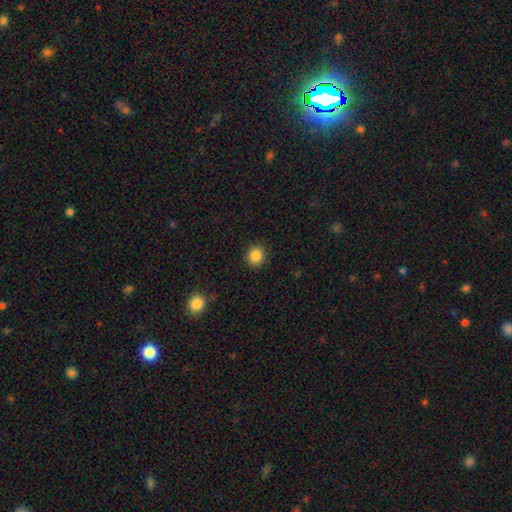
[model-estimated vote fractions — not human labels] This appears to be a smooth galaxy with no disk features (86%) that is round (87%). Merging: none (91%).